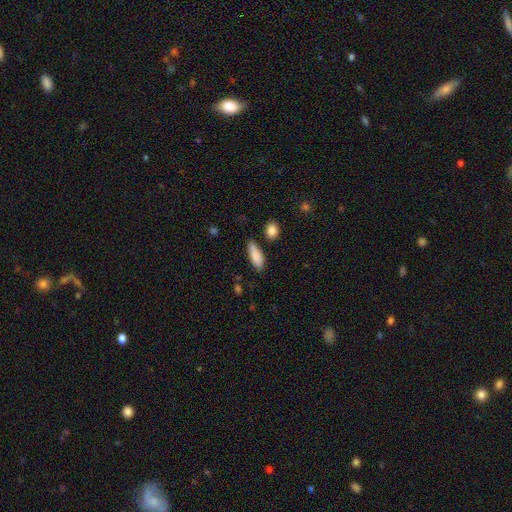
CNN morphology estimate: A smooth galaxy with no disk features (86%) that is in between round and cigar-shaped (64%).

Vote fractions:
- Smooth or featured? smooth: 86% / featured or disk: 7% / star or artifact: 6%
- How rounded? in between: 64% / cigar-shaped: 34% / round: 2%
- Merging? none: 79% / minor disturbance: 15% / merger: 4% / major disturbance: 3%